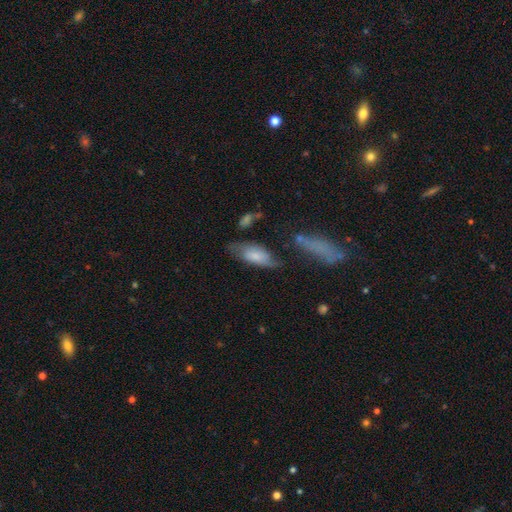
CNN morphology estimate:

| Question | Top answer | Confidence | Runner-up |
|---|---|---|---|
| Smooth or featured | smooth | 63% | featured or disk (29%) |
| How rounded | in between | 78% | cigar-shaped (19%) |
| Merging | none | 53% | minor disturbance (29%) |